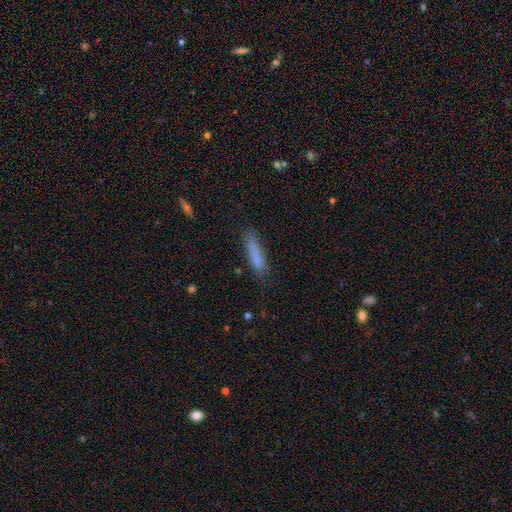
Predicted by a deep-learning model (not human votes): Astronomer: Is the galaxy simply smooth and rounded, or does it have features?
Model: smooth — 80%.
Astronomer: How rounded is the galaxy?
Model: cigar-shaped — 83%.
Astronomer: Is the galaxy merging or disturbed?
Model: none — 72%.